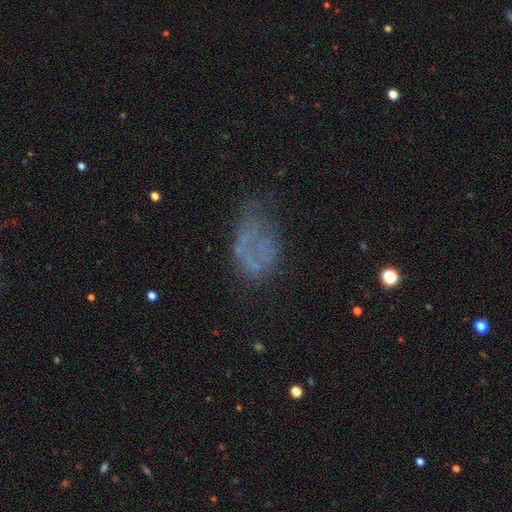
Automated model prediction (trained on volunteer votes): Q: Smooth or featured?
A: featured or disk (44%); runner-up: smooth (37%)
Q: Merging?
A: none (43%); runner-up: major disturbance (27%)